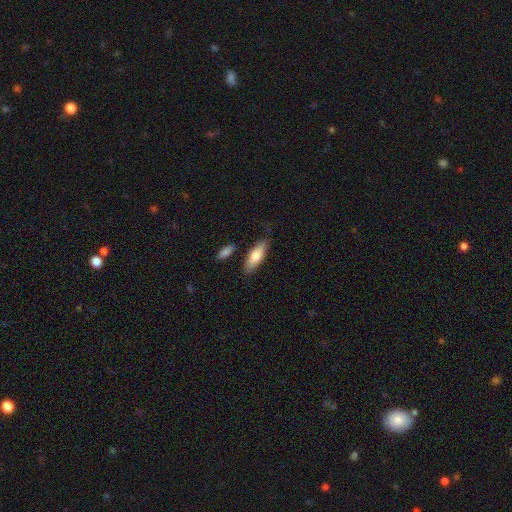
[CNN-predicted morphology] smooth-or-featured: smooth: 72% | featured or disk: 22% | star or artifact: 6%
  how-rounded: in between: 56% | cigar-shaped: 42% | round: 2%
  merging: none: 79% | minor disturbance: 13% | merger: 4% | major disturbance: 3%